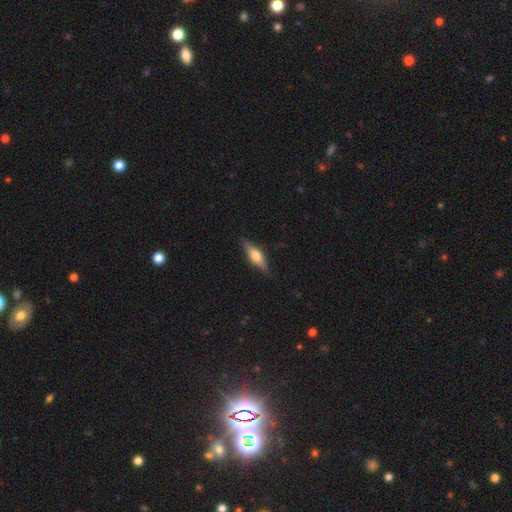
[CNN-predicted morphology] This appears to be a featured or disk galaxy (53%) viewed edge-on (93%). Merging: none (86%).